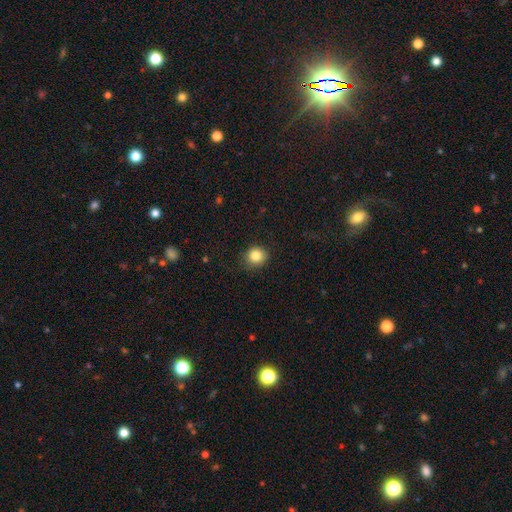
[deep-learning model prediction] Overall: smooth (84%). How rounded: round (83%). Merging: none (84%).